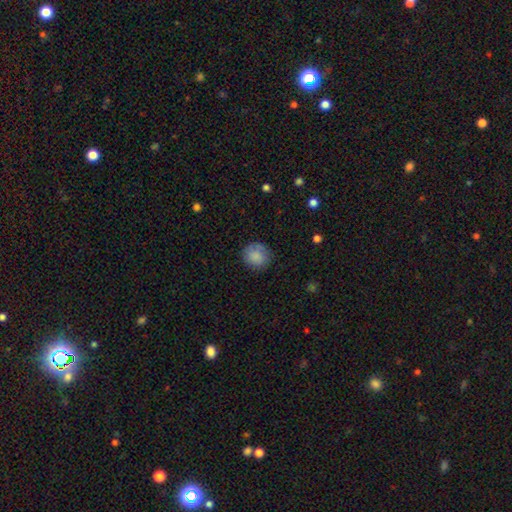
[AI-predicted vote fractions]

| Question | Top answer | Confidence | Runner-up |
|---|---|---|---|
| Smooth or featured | smooth | 83% | featured or disk (9%) |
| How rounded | round | 86% | in between (13%) |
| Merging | none | 77% | minor disturbance (16%) |